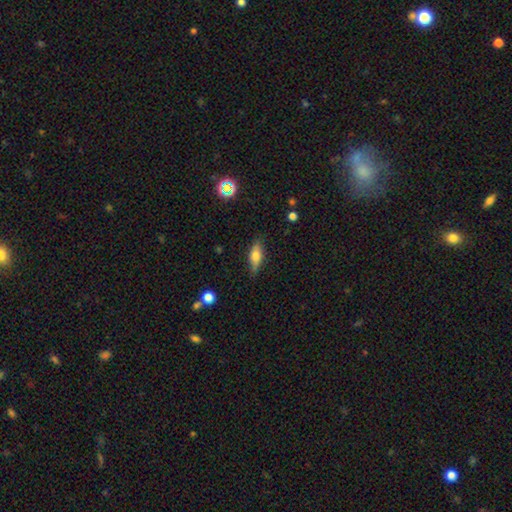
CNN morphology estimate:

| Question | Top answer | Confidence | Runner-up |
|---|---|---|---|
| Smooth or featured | smooth | 60% | featured or disk (32%) |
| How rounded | in between | 61% | cigar-shaped (35%) |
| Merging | none | 79% | minor disturbance (16%) |